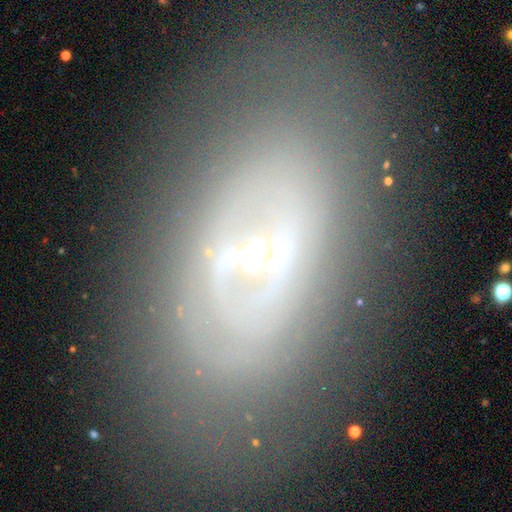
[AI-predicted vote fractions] Q: Smooth or featured?
A: featured or disk (69%); runner-up: smooth (22%)
Q: Edge-on disk?
A: no (90%); runner-up: yes (10%)
Q: Bar?
A: no (54%); runner-up: weak (29%)
Q: Spiral arms?
A: no (62%); runner-up: yes (38%)
Q: Bulge size?
A: small (72%); runner-up: moderate (22%)
Q: Merging?
A: none (77%); runner-up: minor disturbance (14%)